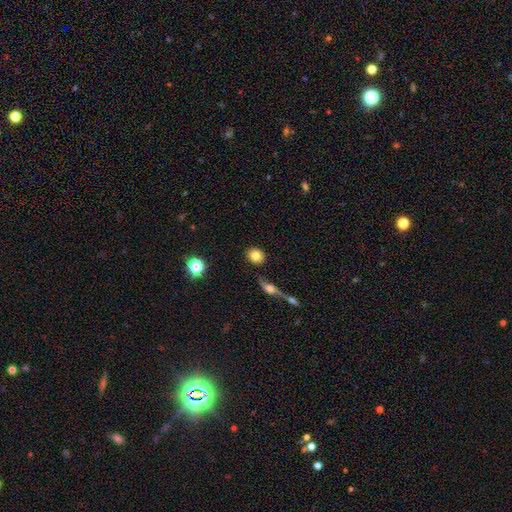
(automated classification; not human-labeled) Overall: smooth (81%). How rounded: round (77%). Merging: none (84%).